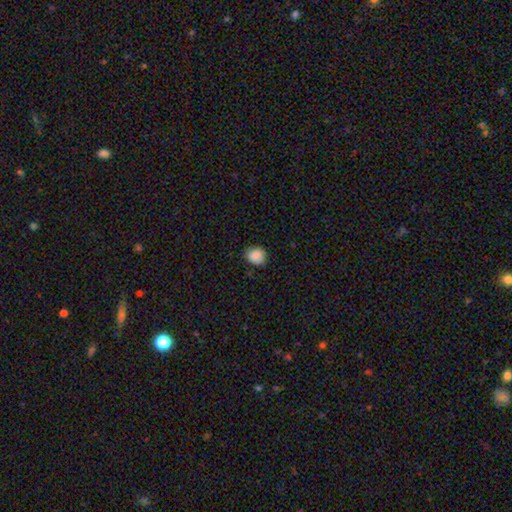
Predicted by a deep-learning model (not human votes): smooth_or_featured: smooth (p=0.87) [alt: star or artifact p=0.09]
how_rounded: round (p=0.65) [alt: in between p=0.34]
merging: none (p=0.76) [alt: minor disturbance p=0.20]